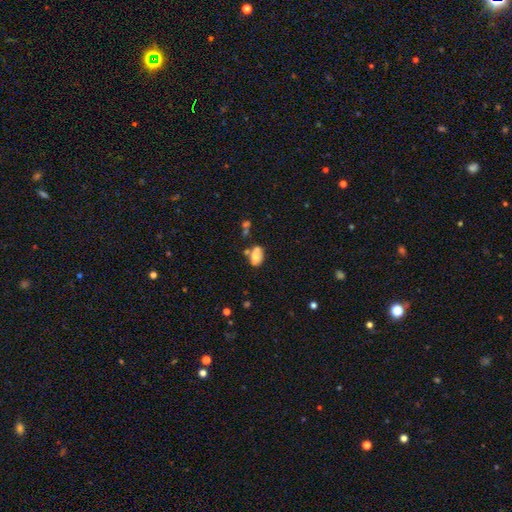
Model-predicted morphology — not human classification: smooth-or-featured: smooth: 64% | featured or disk: 27% | star or artifact: 10%
  how-rounded: in between: 80% | round: 19% | cigar-shaped: 1%
  merging: none: 42% | merger: 26% | minor disturbance: 23% | major disturbance: 9%